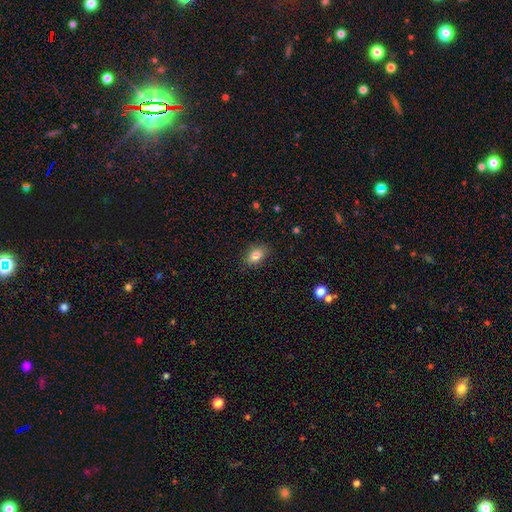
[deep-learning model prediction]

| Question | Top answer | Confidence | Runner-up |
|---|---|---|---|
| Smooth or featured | smooth | 84% | star or artifact (9%) |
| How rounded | in between | 86% | round (11%) |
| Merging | none | 86% | minor disturbance (10%) |